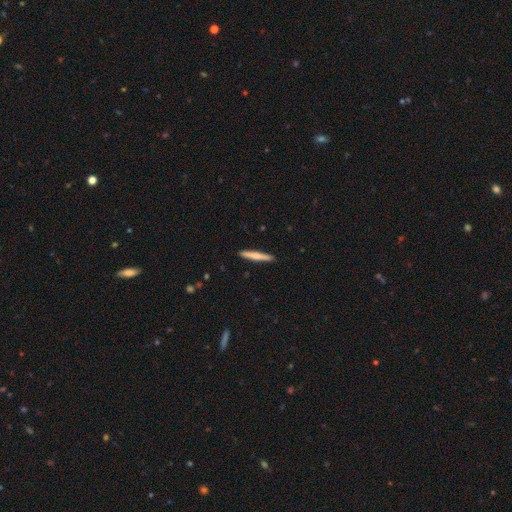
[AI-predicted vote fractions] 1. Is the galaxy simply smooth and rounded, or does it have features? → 63% smooth, 32% featured or disk, 5% star or artifact.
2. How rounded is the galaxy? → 95% cigar-shaped, 4% in between, 1% round.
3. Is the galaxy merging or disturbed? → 90% none, 7% minor disturbance, 1% major disturbance, 1% merger.